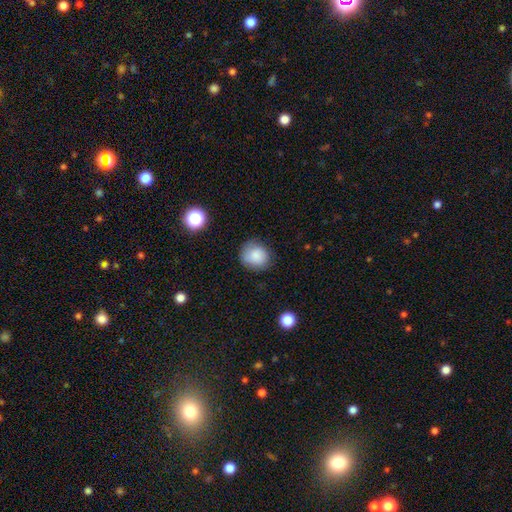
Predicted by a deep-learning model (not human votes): smooth_or_featured: smooth (p=0.84) [alt: star or artifact p=0.09]
how_rounded: round (p=0.80) [alt: in between p=0.19]
merging: none (p=0.77) [alt: minor disturbance p=0.17]